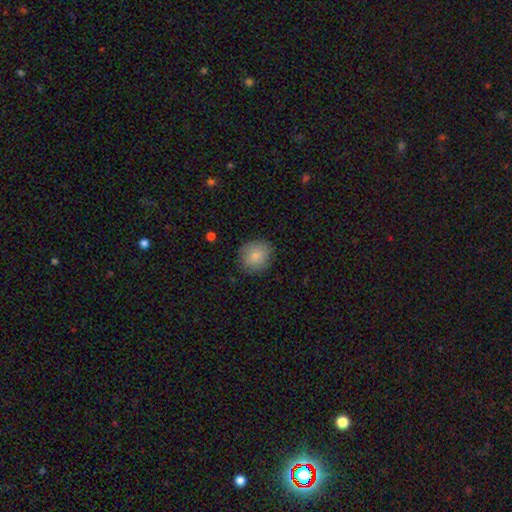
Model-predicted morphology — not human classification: A smooth galaxy with no disk features (85%) that is round (77%).

Vote fractions:
- Smooth or featured? smooth: 85% / featured or disk: 8% / star or artifact: 8%
- How rounded? round: 77% / in between: 22% / cigar-shaped: 1%
- Merging? none: 84% / minor disturbance: 12% / major disturbance: 3% / merger: 1%